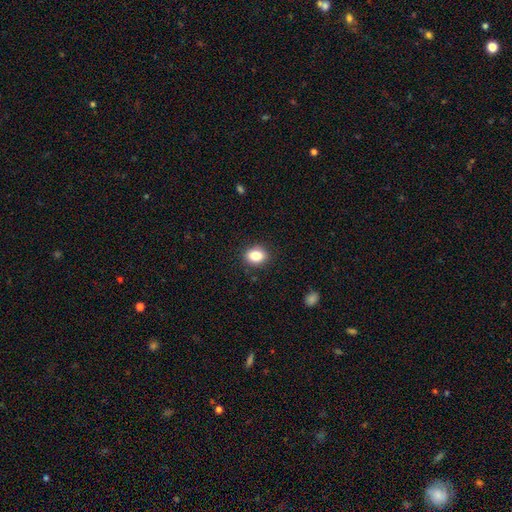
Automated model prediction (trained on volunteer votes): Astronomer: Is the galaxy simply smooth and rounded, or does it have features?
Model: smooth — 84%.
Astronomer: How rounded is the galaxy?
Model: in between — 60% (runner-up: round, 39%).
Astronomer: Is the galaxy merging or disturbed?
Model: none — 89%.